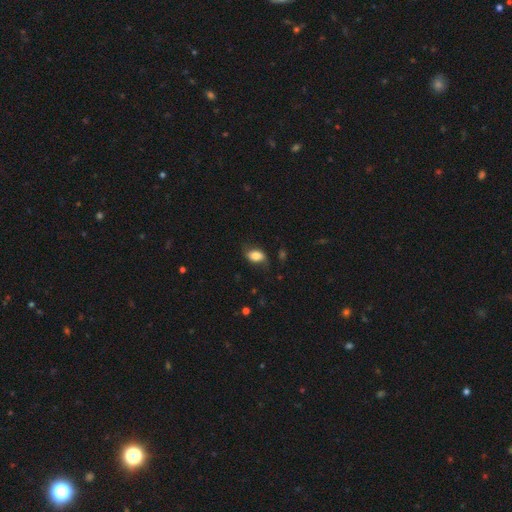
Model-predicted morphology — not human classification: Q: Smooth or featured?
A: smooth (73%); runner-up: featured or disk (19%)
Q: How rounded?
A: in between (86%); runner-up: round (12%)
Q: Merging?
A: none (66%); runner-up: minor disturbance (24%)